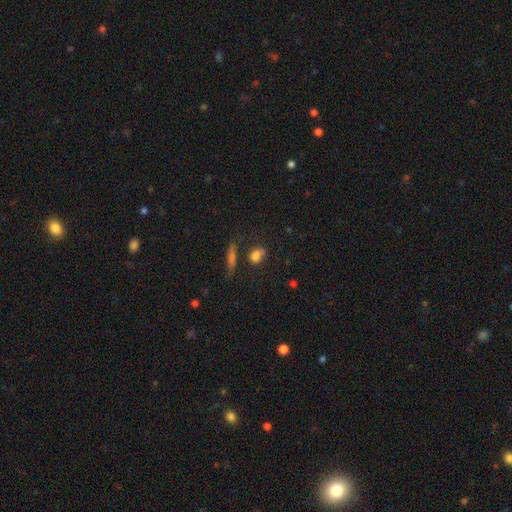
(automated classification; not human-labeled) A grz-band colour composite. It shows a smooth galaxy with no disk features (70%) that is in between round and cigar-shaped (47%). Merging: none (56%).